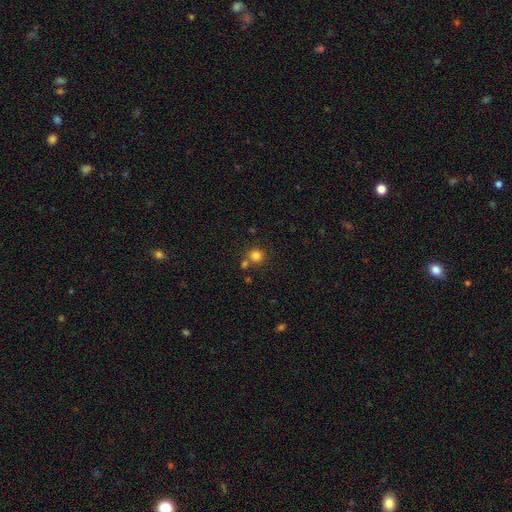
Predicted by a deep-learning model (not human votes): Smooth or featured? smooth (81%)
How rounded? round (91%)
Merging? none (69%)